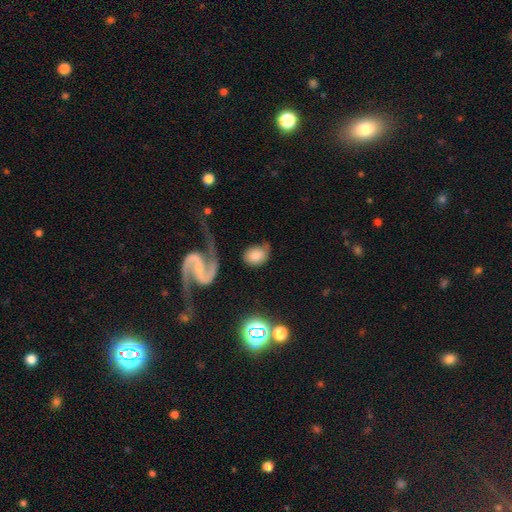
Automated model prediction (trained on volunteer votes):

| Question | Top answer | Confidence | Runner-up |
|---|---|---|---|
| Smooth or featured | smooth | 63% | featured or disk (28%) |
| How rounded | in between | 53% | round (45%) |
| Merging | none | 64% | minor disturbance (18%) |